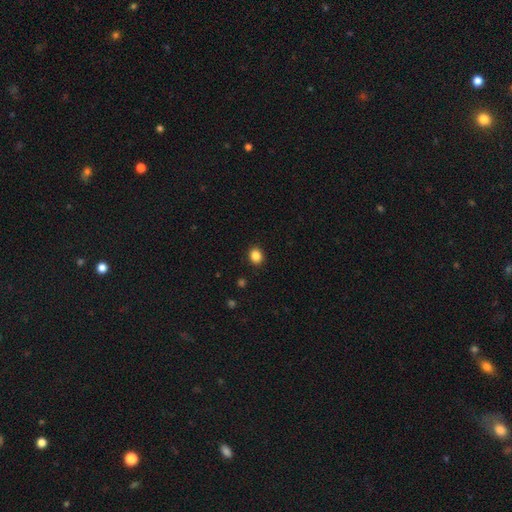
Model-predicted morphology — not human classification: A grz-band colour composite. It shows a smooth galaxy with no disk features (86%) that is round (60%). Merging: none (91%).